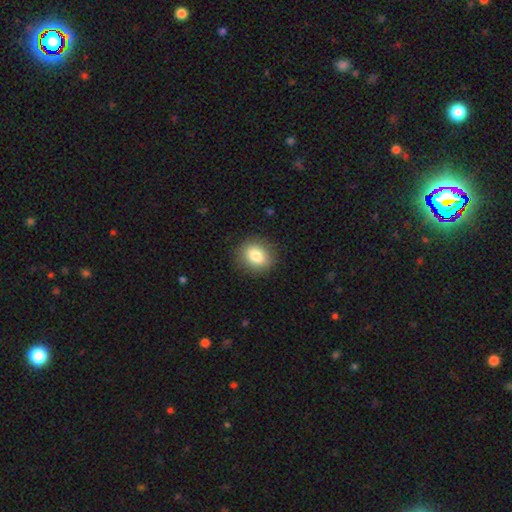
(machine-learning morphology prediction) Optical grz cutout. It shows a smooth galaxy with no disk features (81%) that is round (69%). Merging: none (88%).